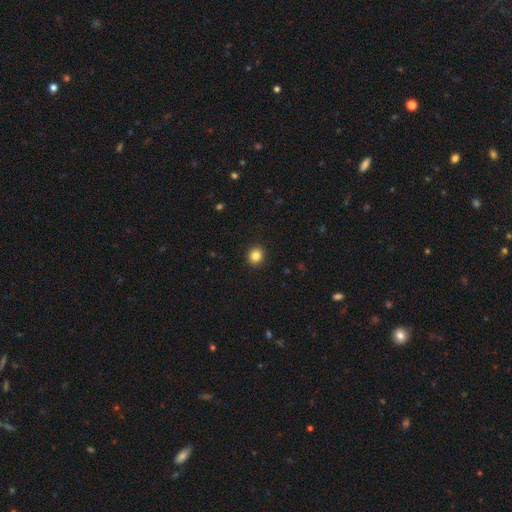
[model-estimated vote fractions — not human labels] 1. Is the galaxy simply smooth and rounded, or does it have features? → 84% smooth, 11% star or artifact, 5% featured or disk.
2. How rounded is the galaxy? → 85% round, 14% in between, 1% cigar-shaped.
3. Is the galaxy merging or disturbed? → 93% none, 5% minor disturbance, 2% major disturbance, 1% merger.